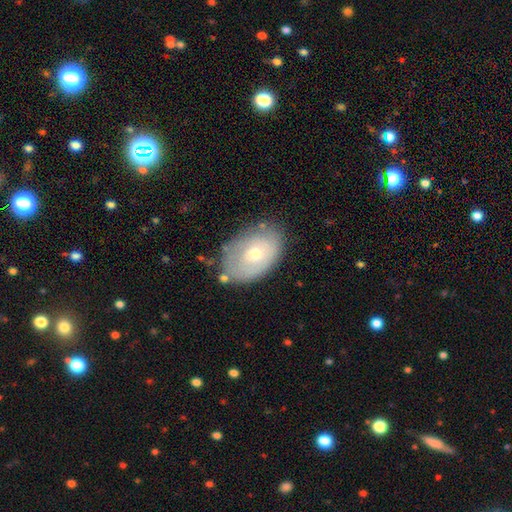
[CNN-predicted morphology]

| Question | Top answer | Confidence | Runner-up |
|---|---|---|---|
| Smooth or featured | smooth | 46% | featured or disk (44%) |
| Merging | none | 72% | minor disturbance (21%) |